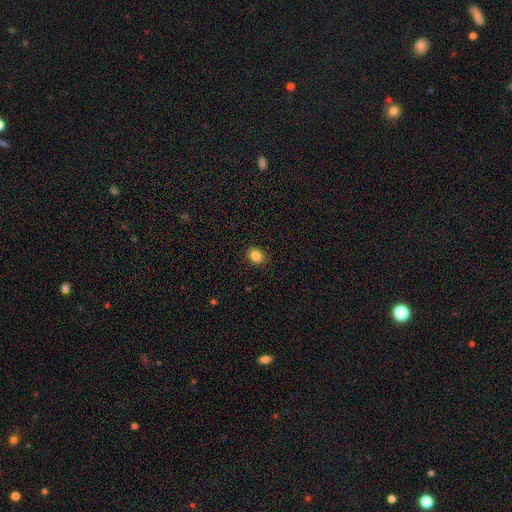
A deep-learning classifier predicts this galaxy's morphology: Overall: smooth (85%). How rounded: in between (56%; round 42%). Merging: none (88%).